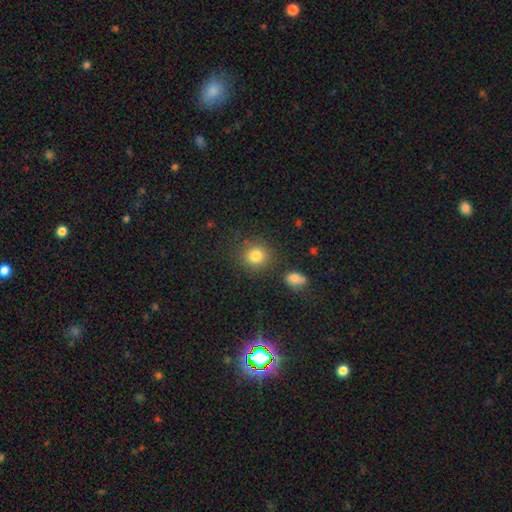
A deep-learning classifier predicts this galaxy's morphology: smooth 82%, star or artifact 11%, featured or disk 6%. Down the decision tree: how rounded — round (84%); merging — none (81%).